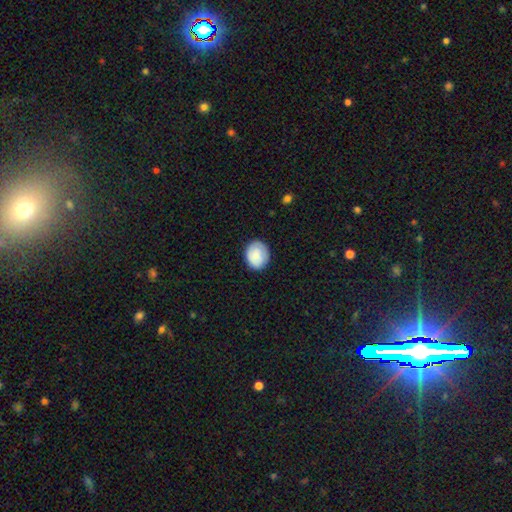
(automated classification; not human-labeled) Smooth or featured: smooth — 79% (featured or disk — 14%)
How rounded: round — 58% (in between — 41%)
Merging: none — 83% (minor disturbance — 13%)